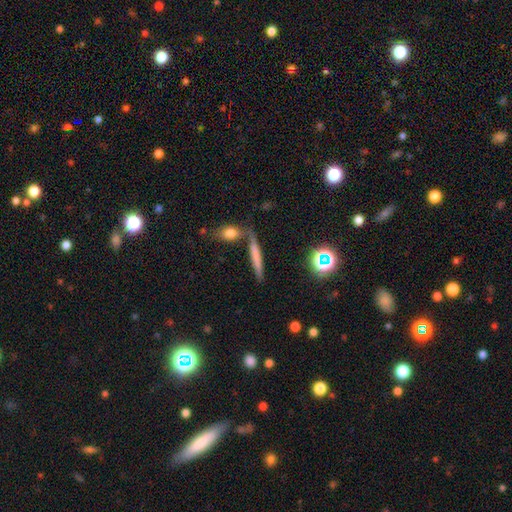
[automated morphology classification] A smooth galaxy with no disk features (64%) that is cigar-shaped (87%). Merging: none (66%).